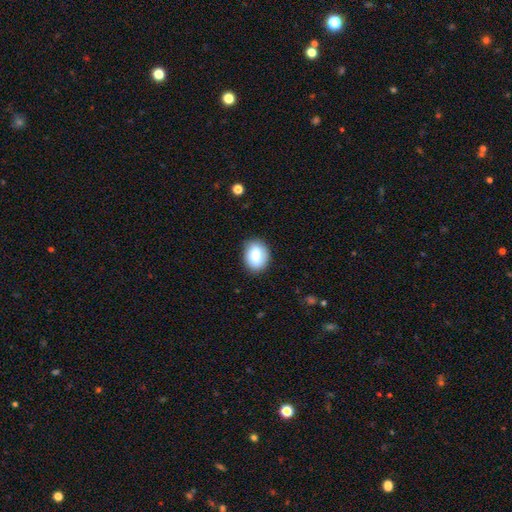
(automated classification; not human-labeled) Smooth or featured? smooth (83%)
How rounded? in between (61%)
Merging? none (85%)